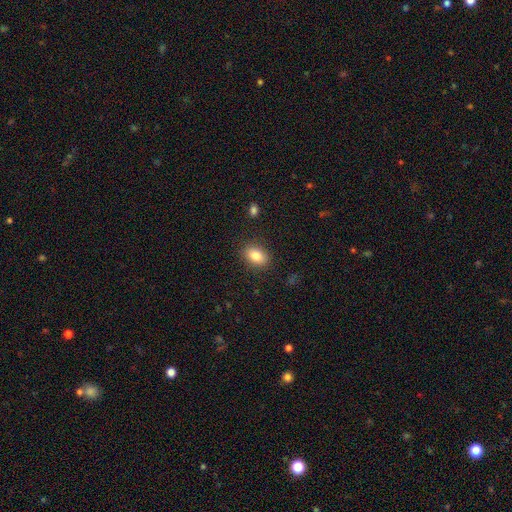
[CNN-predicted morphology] Q: Smooth or featured?
A: smooth (85%); runner-up: star or artifact (8%)
Q: How rounded?
A: in between (83%); runner-up: round (15%)
Q: Merging?
A: none (87%); runner-up: minor disturbance (9%)